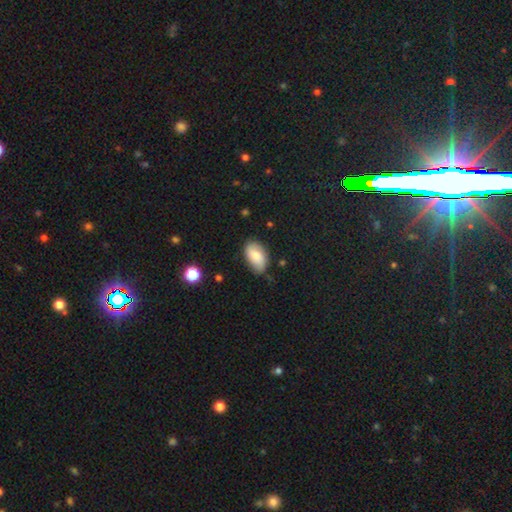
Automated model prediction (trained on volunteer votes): A smooth galaxy with no disk features (70%) that is in between round and cigar-shaped (92%). Merging: none (71%).